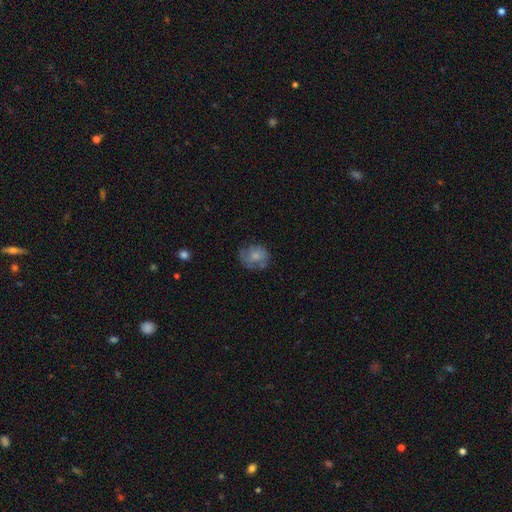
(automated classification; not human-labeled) A smooth galaxy with no disk features (68%) that is round (65%).

Vote fractions:
- Smooth or featured? smooth: 68% / featured or disk: 23% / star or artifact: 8%
- How rounded? round: 65% / in between: 34% / cigar-shaped: 1%
- Merging? none: 60% / minor disturbance: 26% / major disturbance: 11% / merger: 3%